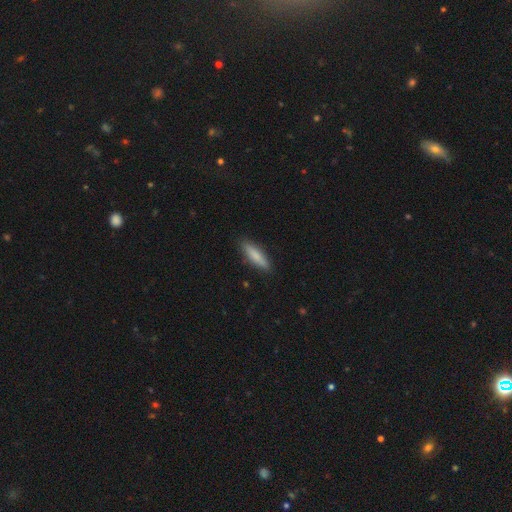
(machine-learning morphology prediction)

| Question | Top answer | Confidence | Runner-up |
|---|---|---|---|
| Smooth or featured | smooth | 80% | featured or disk (14%) |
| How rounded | cigar-shaped | 71% | in between (27%) |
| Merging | none | 87% | minor disturbance (10%) |